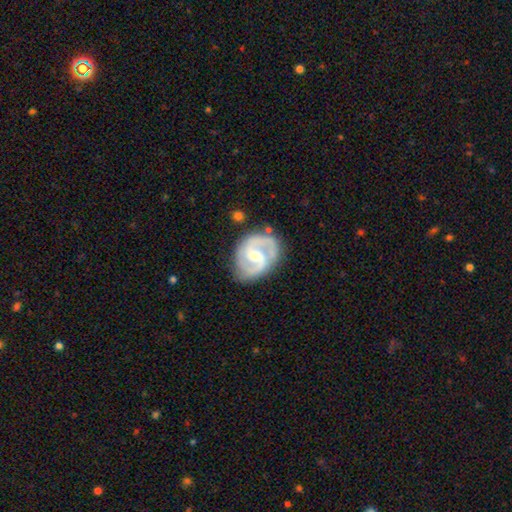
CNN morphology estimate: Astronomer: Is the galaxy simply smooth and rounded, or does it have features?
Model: featured or disk — 89%.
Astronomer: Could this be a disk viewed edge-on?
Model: no — 98%.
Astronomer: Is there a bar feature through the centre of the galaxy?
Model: weak — 52% (runner-up: no, 32%).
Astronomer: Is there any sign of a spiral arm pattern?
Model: yes — 97%.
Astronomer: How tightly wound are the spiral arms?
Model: medium — 58%.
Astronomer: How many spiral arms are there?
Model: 2 — 92%.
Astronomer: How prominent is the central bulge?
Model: small — 50% (runner-up: moderate, 42%).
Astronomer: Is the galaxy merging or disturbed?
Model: none — 80%.